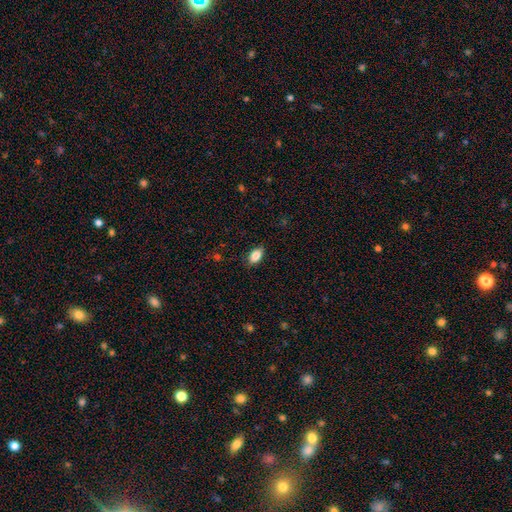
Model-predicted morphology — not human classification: Smooth or featured?
  - smooth: 86% *
  - star or artifact: 8%
  - featured or disk: 6%
How rounded?
  - in between: 91% *
  - round: 7%
  - cigar-shaped: 3%
Merging?
  - none: 85% *
  - minor disturbance: 11%
  - major disturbance: 3%
  - merger: 1%